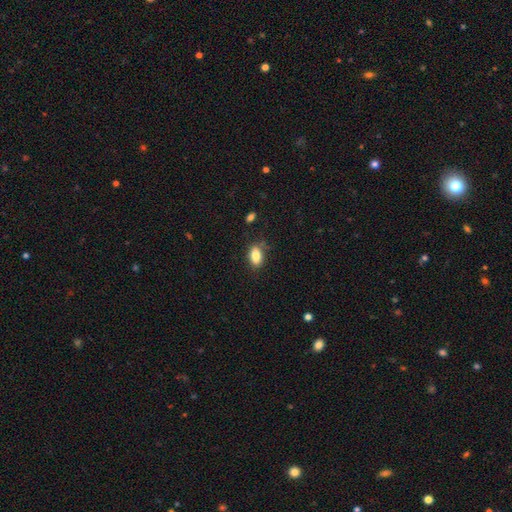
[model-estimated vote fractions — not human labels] smooth-or-featured: smooth: 84% | star or artifact: 8% | featured or disk: 7%
  how-rounded: in between: 88% | round: 7% | cigar-shaped: 4%
  merging: none: 76% | minor disturbance: 17% | major disturbance: 4% | merger: 3%